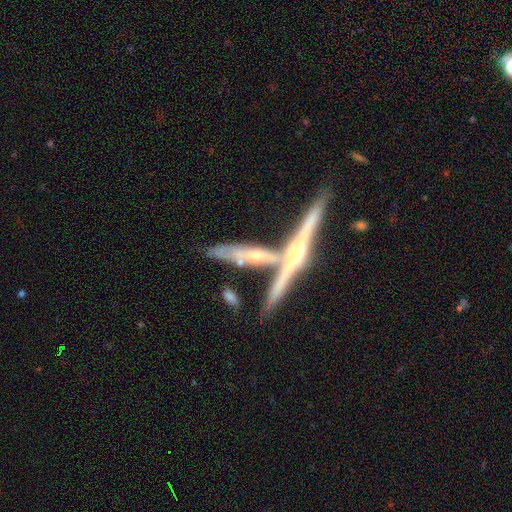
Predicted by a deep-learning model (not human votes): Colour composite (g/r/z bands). It shows a featured or disk galaxy (65%) viewed edge-on (88%) with a rounded central bulge (56%). Merging: none (49%).